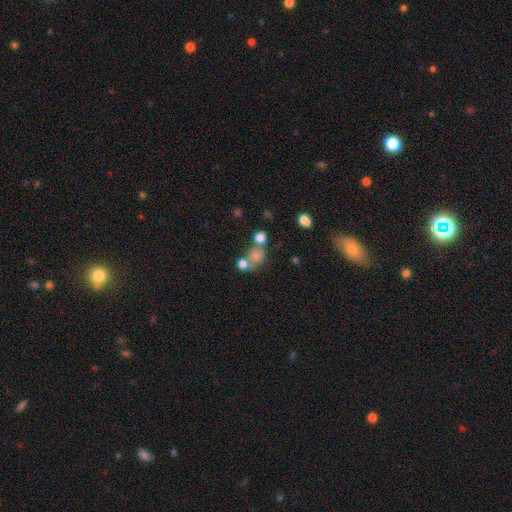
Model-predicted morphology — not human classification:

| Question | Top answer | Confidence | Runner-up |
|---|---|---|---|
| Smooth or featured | smooth | 70% | star or artifact (16%) |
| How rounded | round | 71% | in between (28%) |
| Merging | merger | 43% | none (37%) |